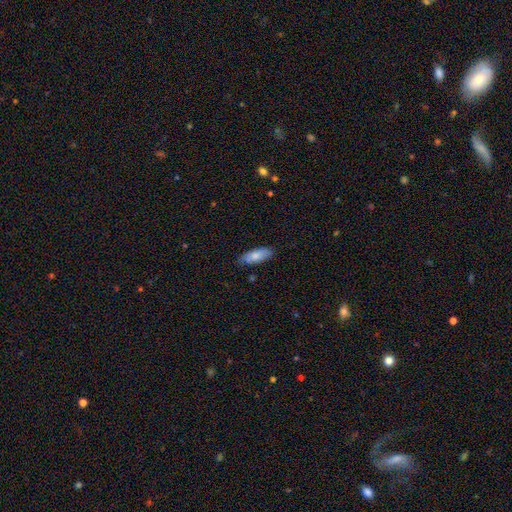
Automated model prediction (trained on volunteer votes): smooth_or_featured: smooth (p=0.78) [alt: featured or disk p=0.16]
how_rounded: in between (p=0.74) [alt: cigar-shaped p=0.24]
merging: none (p=0.79) [alt: minor disturbance p=0.17]